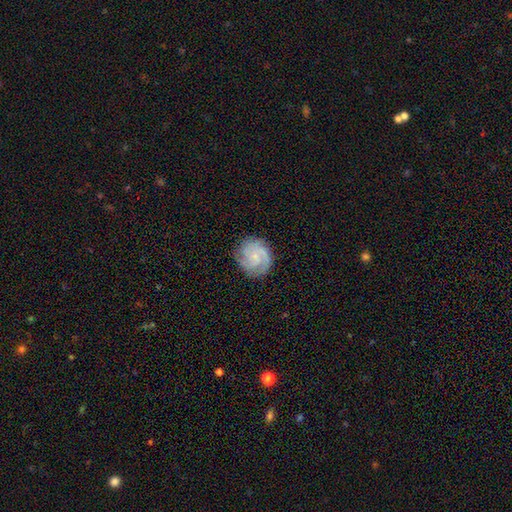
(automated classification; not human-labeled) Overall: featured or disk (80%). Edge-on disk: no (98%). Bar: no (67%; weak 29%). Spiral arms: yes (97%). Spiral arm count: 3 (45%; 2 25%). Spiral winding: tight (56%; medium 37%). Bulge size: small (68%). Merging: none (81%).